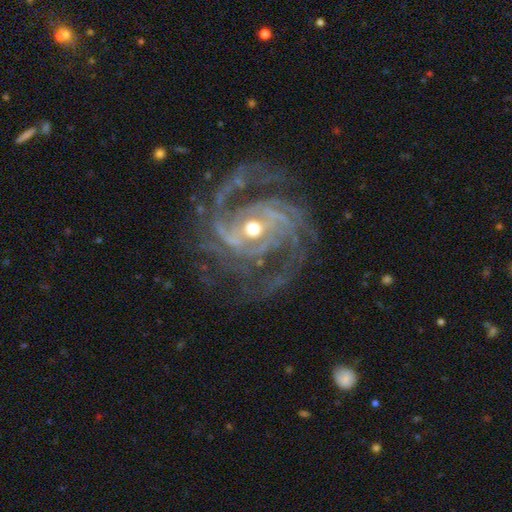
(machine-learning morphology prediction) This appears to be a featured or disk galaxy (92%) with a weak bar (37%), 2 (30%) tight (49%) spiral arms (98%) and a moderate central bulge (57%). Merging: none (74%).